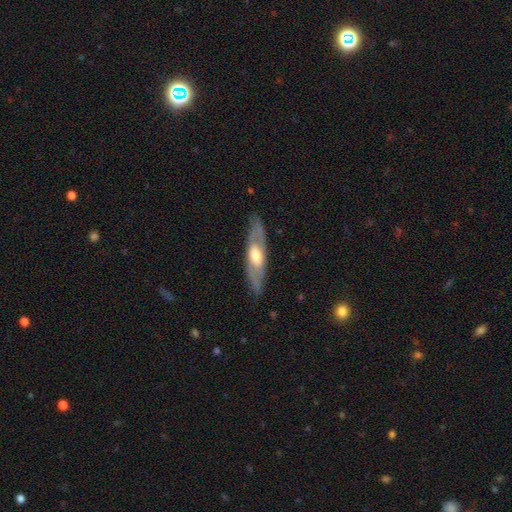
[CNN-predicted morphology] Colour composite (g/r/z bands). It shows a featured or disk galaxy (64%). Merging: none (82%).